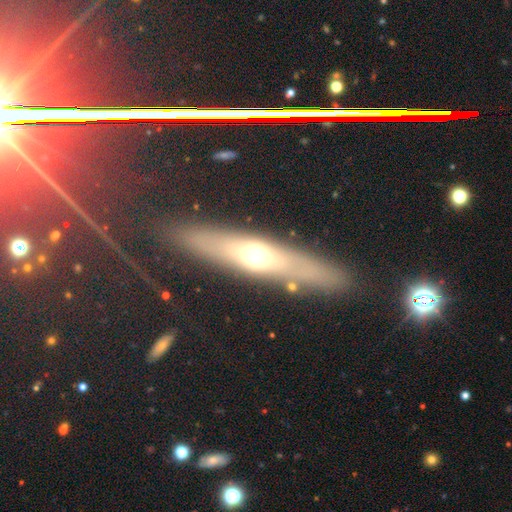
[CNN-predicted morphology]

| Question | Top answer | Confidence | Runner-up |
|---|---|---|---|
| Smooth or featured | smooth | 46% | featured or disk (44%) |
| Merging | none | 84% | minor disturbance (9%) |